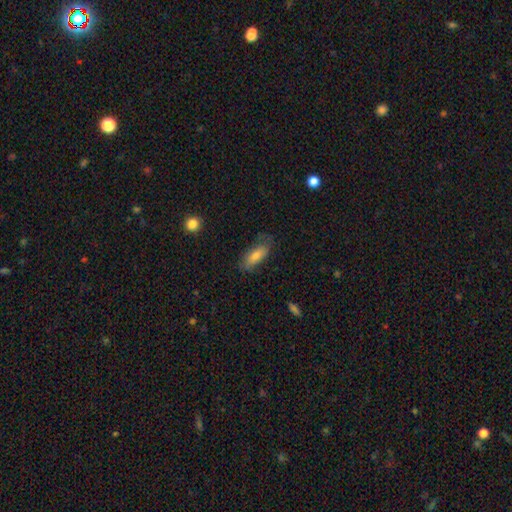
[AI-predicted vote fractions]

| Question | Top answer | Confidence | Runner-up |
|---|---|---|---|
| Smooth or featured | smooth | 68% | featured or disk (24%) |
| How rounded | in between | 72% | cigar-shaped (25%) |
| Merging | none | 70% | minor disturbance (23%) |